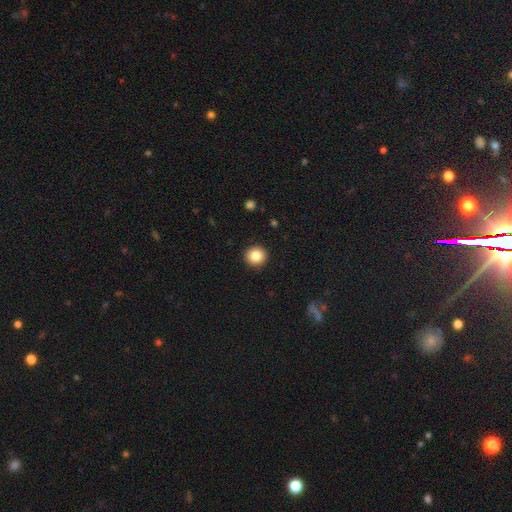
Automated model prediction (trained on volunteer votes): Morphology: type=smooth (85%); roundness=round (91%); merging=none (92%).